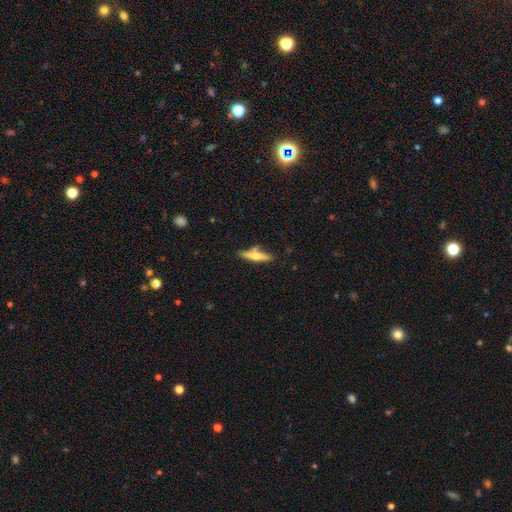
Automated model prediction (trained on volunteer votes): This is possibly a featured or disk galaxy (47%, tied with smooth). Merging: likely none (73%).